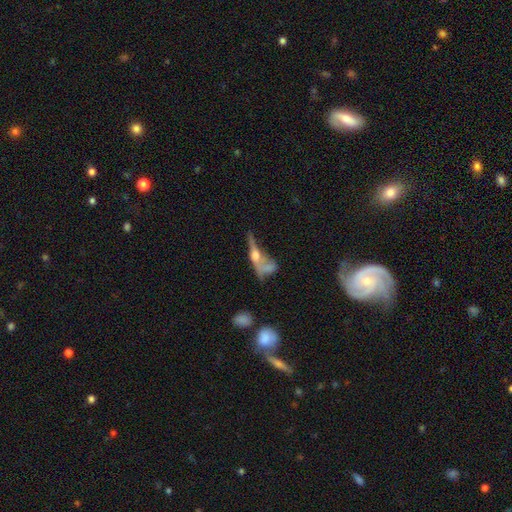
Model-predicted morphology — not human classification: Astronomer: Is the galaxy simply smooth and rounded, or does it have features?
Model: featured or disk — 55% (runner-up: smooth, 34%).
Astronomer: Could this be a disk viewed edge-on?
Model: yes — 63%.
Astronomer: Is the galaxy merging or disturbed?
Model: merger — 38% (runner-up: none, 26%).